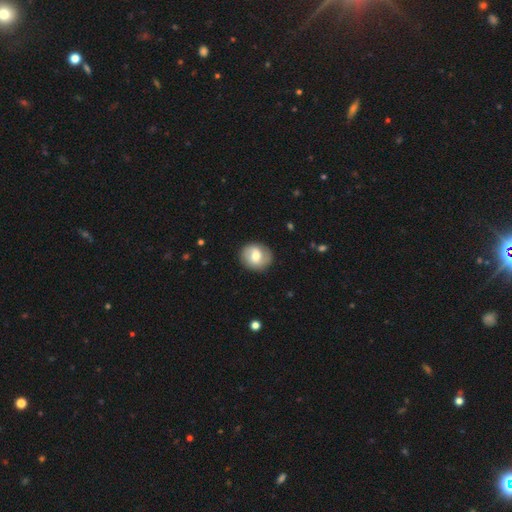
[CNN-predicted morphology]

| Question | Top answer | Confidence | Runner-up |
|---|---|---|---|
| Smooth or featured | smooth | 53% | featured or disk (41%) |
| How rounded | round | 79% | in between (20%) |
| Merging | none | 85% | minor disturbance (11%) |